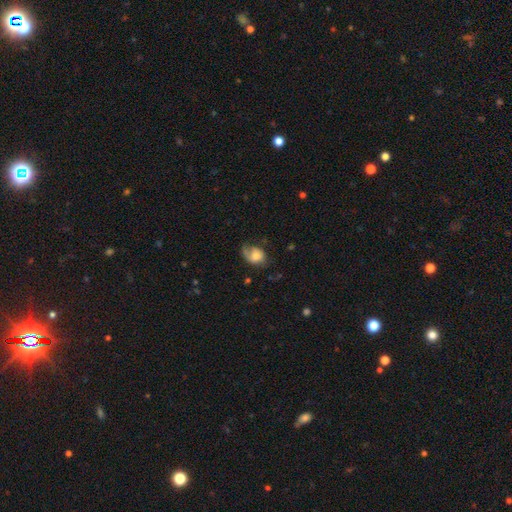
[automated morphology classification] Q: Smooth or featured?
A: smooth (52%); runner-up: featured or disk (39%)
Q: How rounded?
A: in between (55%); runner-up: round (44%)
Q: Merging?
A: none (40%); runner-up: minor disturbance (29%)